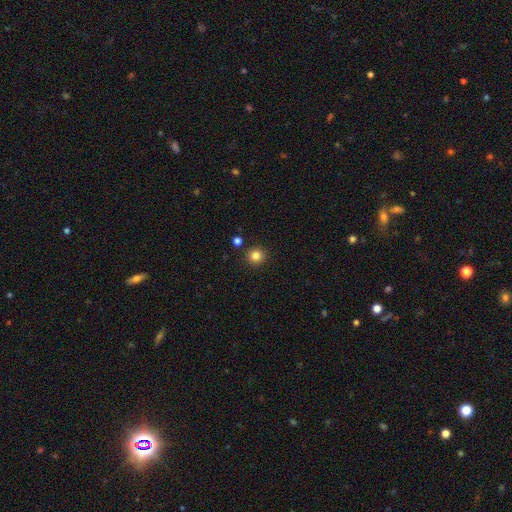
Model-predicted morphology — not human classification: This is clearly a smooth galaxy (83%). How rounded: clearly round (93%). Merging: clearly none (89%).